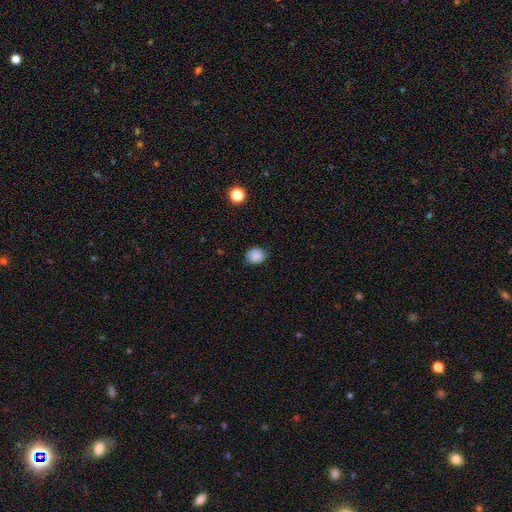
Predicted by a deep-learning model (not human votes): smooth-or-featured: smooth: 82% | star or artifact: 10% | featured or disk: 8%
  how-rounded: round: 63% | in between: 36% | cigar-shaped: 1%
  merging: none: 79% | minor disturbance: 17% | major disturbance: 3% | merger: 1%